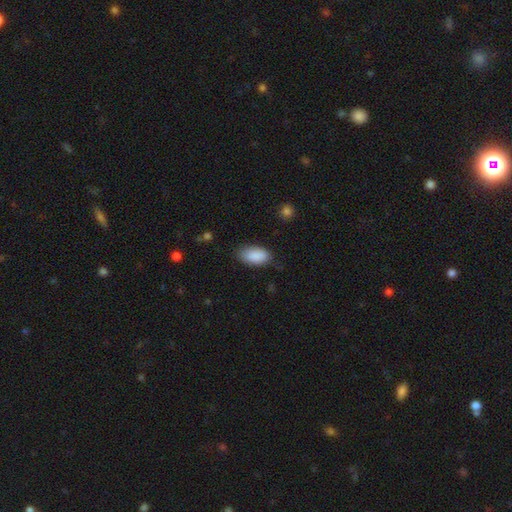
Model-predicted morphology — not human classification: Q: Smooth or featured?
A: smooth (89%); runner-up: star or artifact (6%)
Q: How rounded?
A: in between (94%); runner-up: round (4%)
Q: Merging?
A: none (76%); runner-up: minor disturbance (19%)